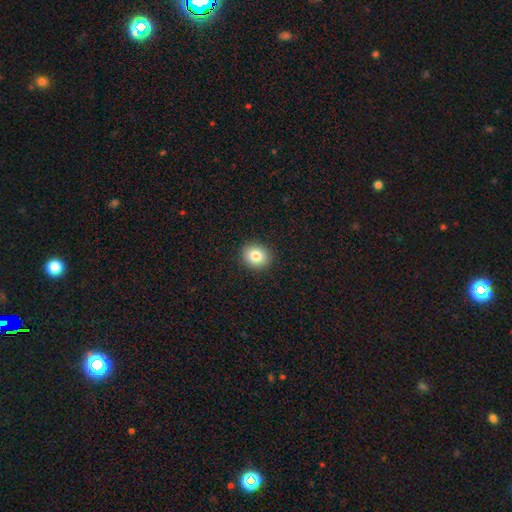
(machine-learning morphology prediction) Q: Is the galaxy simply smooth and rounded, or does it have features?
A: smooth — 82%.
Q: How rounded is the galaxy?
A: round — 73%.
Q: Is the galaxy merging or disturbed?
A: none — 91%.